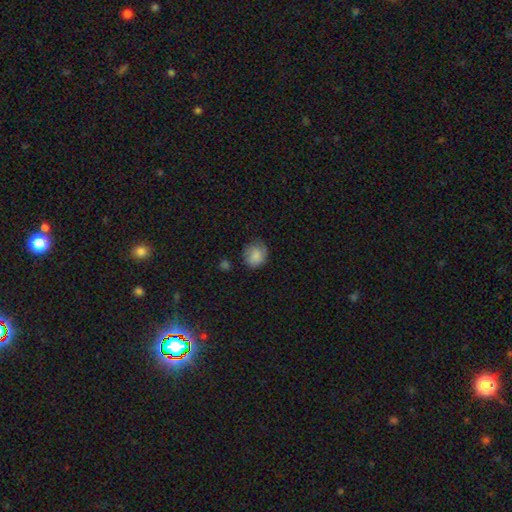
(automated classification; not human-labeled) Overall: smooth (77%). How rounded: round (79%). Merging: none (65%; minor disturbance 26%).